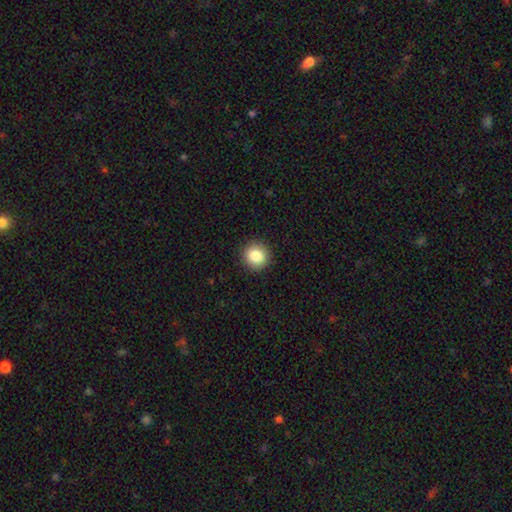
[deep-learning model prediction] This appears to be a smooth galaxy with no disk features (85%) that is round (90%). Merging: none (92%).